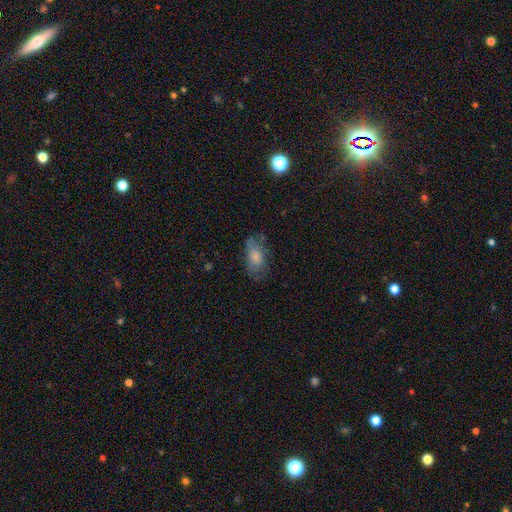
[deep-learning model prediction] Smooth or featured? Predicted: smooth (p=0.58). How rounded? Predicted: in between (p=0.86). Merging? Predicted: none (p=0.66).